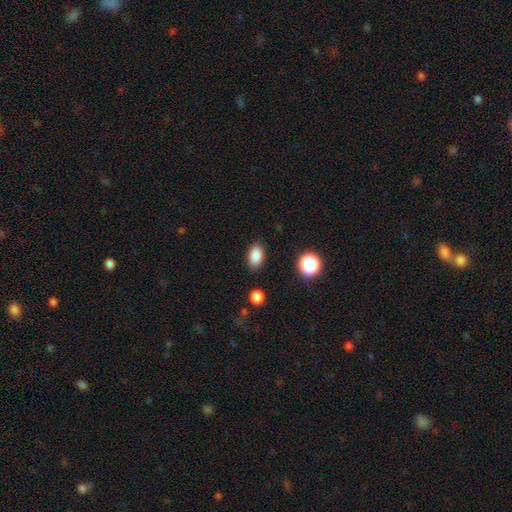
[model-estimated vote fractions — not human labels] A smooth galaxy with no disk features (86%) that is in between round and cigar-shaped (88%).

Vote fractions:
- Smooth or featured? smooth: 86% / star or artifact: 9% / featured or disk: 4%
- How rounded? in between: 88% / round: 10% / cigar-shaped: 2%
- Merging? none: 85% / minor disturbance: 10% / major disturbance: 3% / merger: 2%